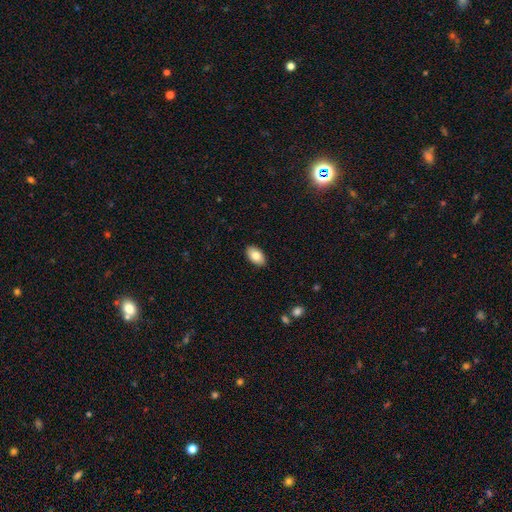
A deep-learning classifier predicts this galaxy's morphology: Smooth or featured: smooth — 83% (featured or disk — 11%)
How rounded: in between — 93% (round — 5%)
Merging: none — 89% (minor disturbance — 8%)